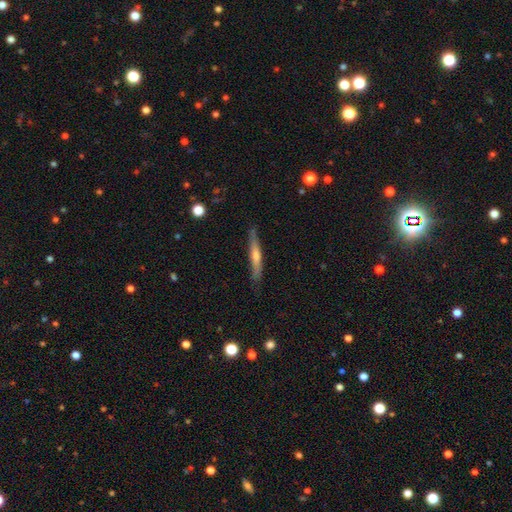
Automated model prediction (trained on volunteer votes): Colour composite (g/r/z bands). It shows a featured or disk galaxy (60%) viewed edge-on (94%) with a rounded central bulge (68%). Merging: none (86%).